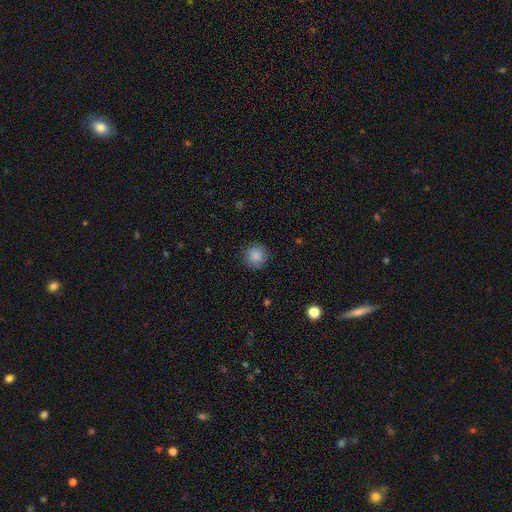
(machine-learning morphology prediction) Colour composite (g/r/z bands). It shows a smooth galaxy with no disk features (87%) that is round (93%). Merging: none (88%).